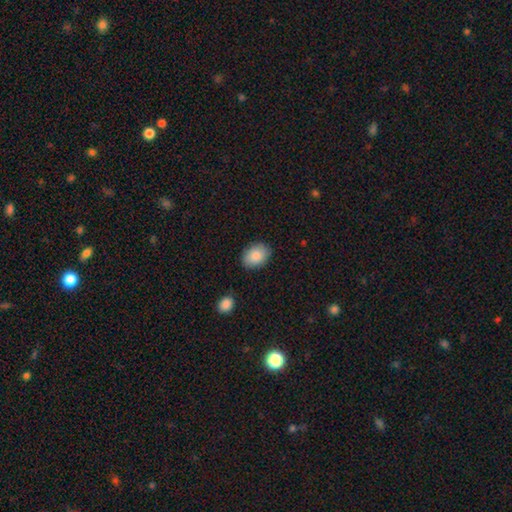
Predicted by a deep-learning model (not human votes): The model was most divided on "how rounded": in between: 75%, round: 24%, cigar-shaped: 1%. More confident: smooth or featured — smooth (87%); merging — none (84%).